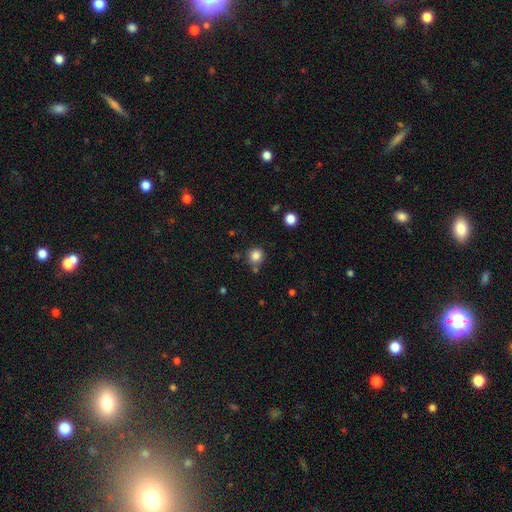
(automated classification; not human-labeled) smooth 84%, star or artifact 12%, featured or disk 4%. Down the decision tree: how rounded — round (91%); merging — none (80%).